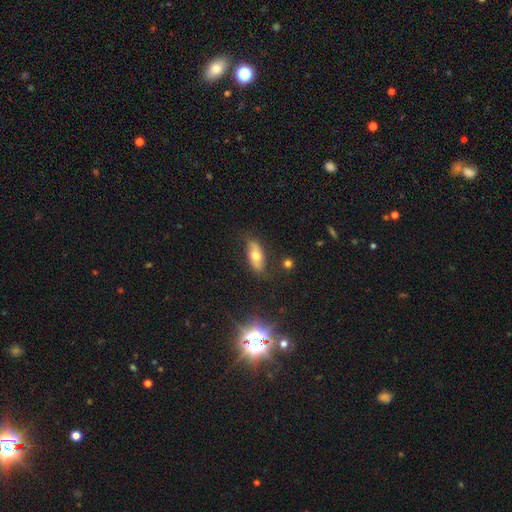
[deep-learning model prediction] smooth 57%, featured or disk 35%, star or artifact 8%. Down the decision tree: how rounded — in between (79%); merging — none (76%).